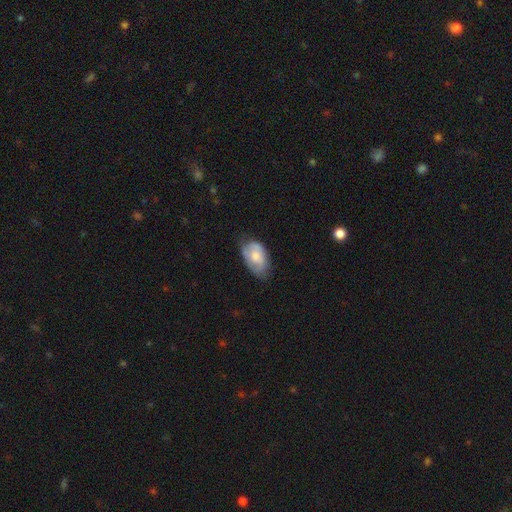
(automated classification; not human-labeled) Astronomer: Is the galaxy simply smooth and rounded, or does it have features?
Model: smooth — 58% (runner-up: featured or disk, 36%).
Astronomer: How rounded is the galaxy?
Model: in between — 91%.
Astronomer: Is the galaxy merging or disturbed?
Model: none — 59%.